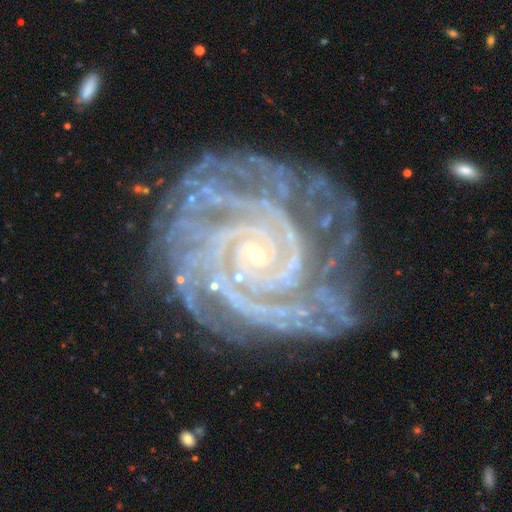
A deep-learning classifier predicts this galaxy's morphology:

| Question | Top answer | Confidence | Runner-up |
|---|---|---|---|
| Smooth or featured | featured or disk | 91% | star or artifact (6%) |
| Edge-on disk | no | 98% | yes (2%) |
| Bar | no | 74% | weak (17%) |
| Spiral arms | yes | 98% | no (2%) |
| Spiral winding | tight | 80% | medium (17%) |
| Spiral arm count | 2 | 20% | 4 (19%) |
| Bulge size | small | 86% | moderate (10%) |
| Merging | none | 69% | minor disturbance (20%) |